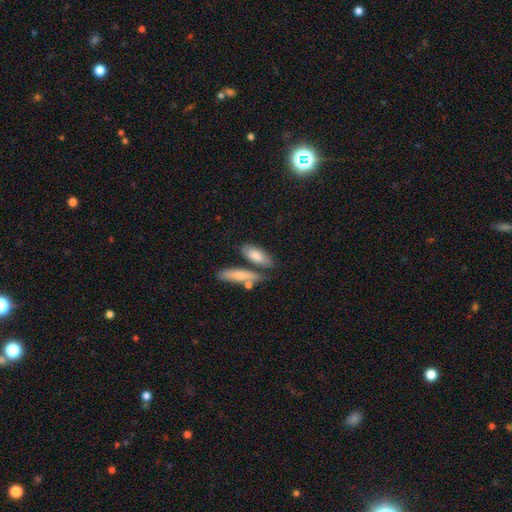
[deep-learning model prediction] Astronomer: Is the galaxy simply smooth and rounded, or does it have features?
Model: smooth — 77%.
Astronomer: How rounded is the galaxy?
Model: in between — 70%.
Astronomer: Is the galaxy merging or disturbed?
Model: none — 63%.